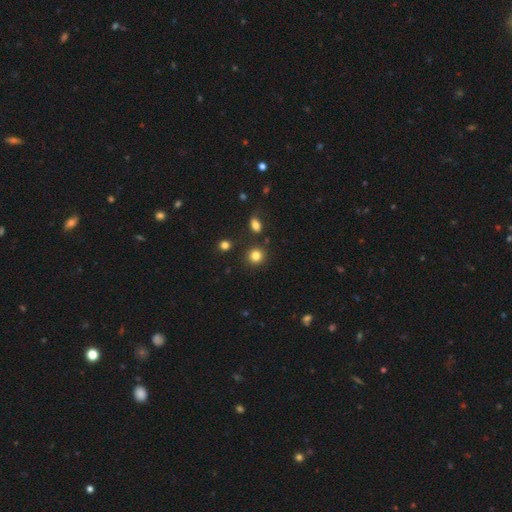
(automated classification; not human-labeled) Q: Smooth or featured?
A: smooth (82%); runner-up: star or artifact (13%)
Q: How rounded?
A: round (89%); runner-up: in between (10%)
Q: Merging?
A: none (85%); runner-up: minor disturbance (8%)